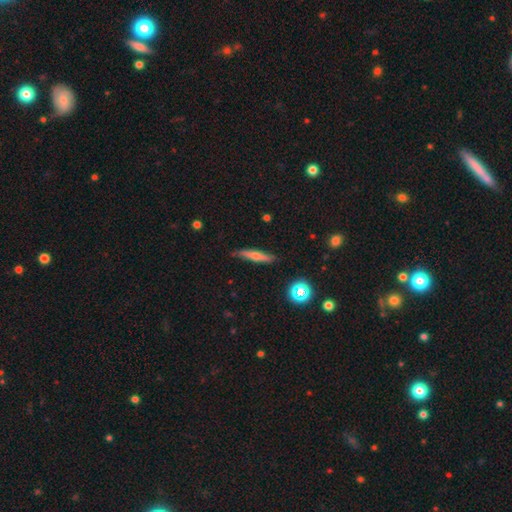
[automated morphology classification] A smooth galaxy with no disk features (47%).

Vote fractions:
- Smooth or featured? smooth: 47% / featured or disk: 44% / star or artifact: 9%
- Merging? none: 86% / minor disturbance: 11% / major disturbance: 2% / merger: 1%